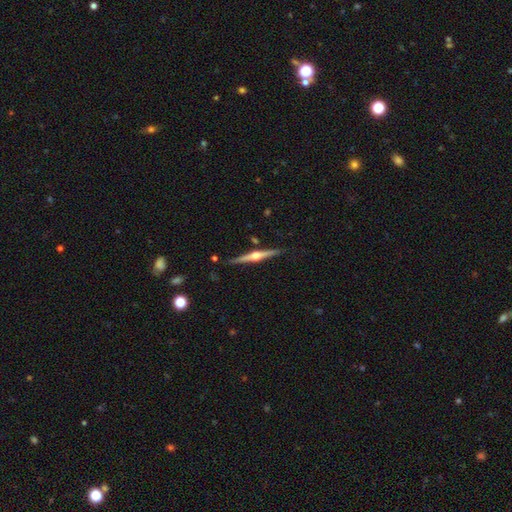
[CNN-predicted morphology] type=featured or disk (78%); edge-on=yes (98%); edge-on bulge=rounded (95%); merging=none (85%).